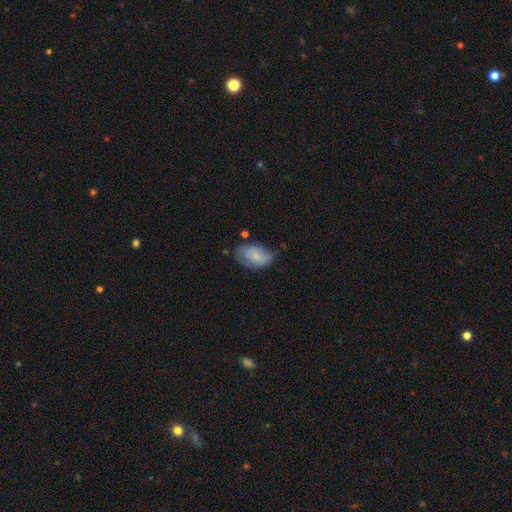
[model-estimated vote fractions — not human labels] Smooth or featured? smooth (71%)
How rounded? in between (90%)
Merging? none (50%)